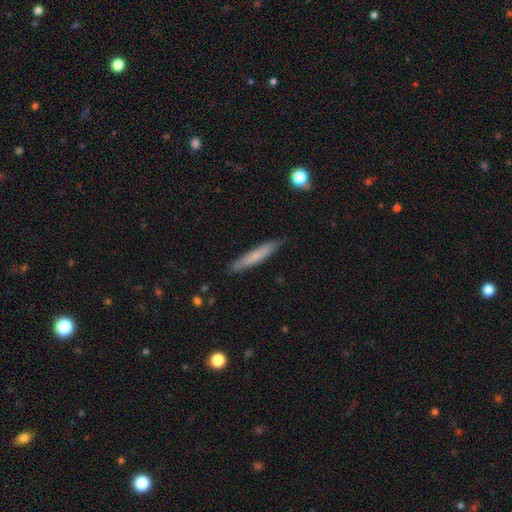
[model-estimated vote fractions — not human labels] Smooth or featured?
  - smooth: 67% *
  - featured or disk: 27%
  - star or artifact: 6%
How rounded?
  - cigar-shaped: 94% *
  - in between: 4%
  - round: 1%
Merging?
  - none: 88% *
  - minor disturbance: 10%
  - major disturbance: 2%
  - merger: 1%